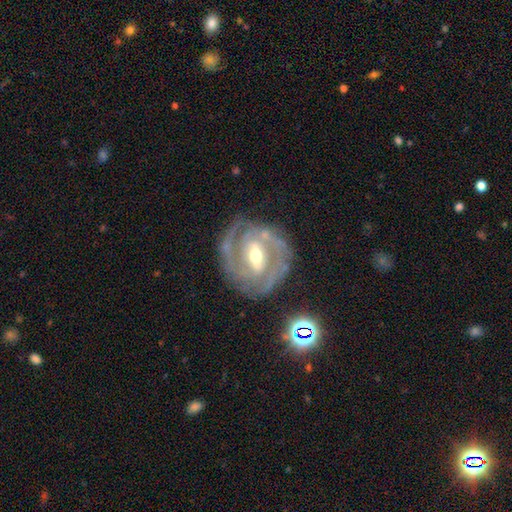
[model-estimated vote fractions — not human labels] featured or disk 88%, star or artifact 6%, smooth 6%. Down the decision tree: edge-on disk — no (96%); bar — strong (48%); spiral arms — yes (95%); spiral arm count — 2 (65%); spiral winding — tight (63%); bulge size — moderate (61%); merging — none (76%).